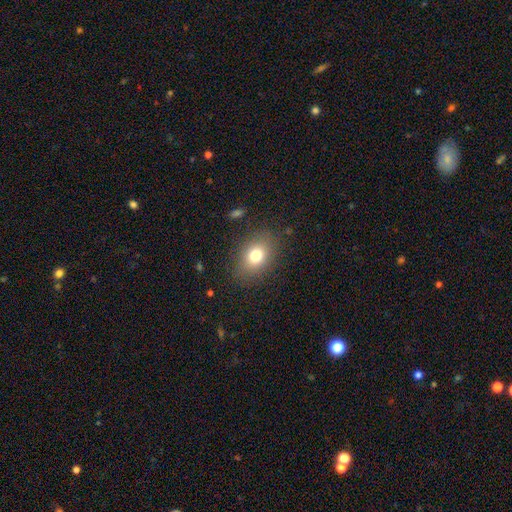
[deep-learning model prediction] smooth-or-featured: smooth: 76% | featured or disk: 12% | star or artifact: 12%
  how-rounded: in between: 67% | round: 31% | cigar-shaped: 1%
  merging: none: 84% | minor disturbance: 11% | major disturbance: 4% | merger: 1%